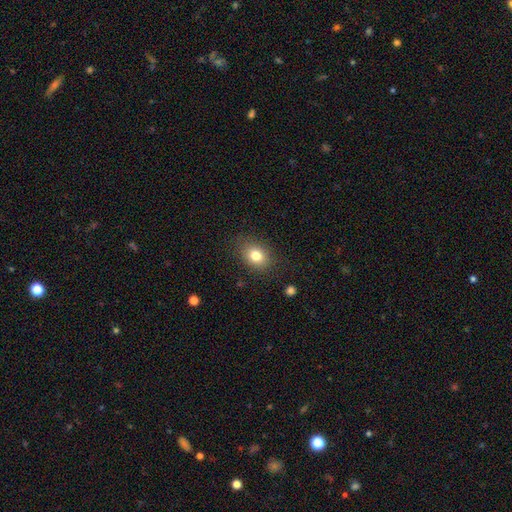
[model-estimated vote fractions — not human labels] This appears to be a smooth galaxy with no disk features (80%) that is in between round and cigar-shaped (55%). Merging: none (83%).